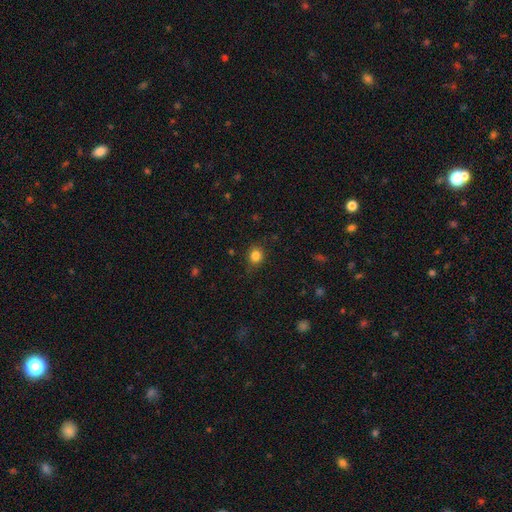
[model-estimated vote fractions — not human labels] smooth-or-featured: smooth: 84% | star or artifact: 11% | featured or disk: 5%
  how-rounded: round: 75% | in between: 24% | cigar-shaped: 1%
  merging: none: 82% | minor disturbance: 14% | major disturbance: 3% | merger: 1%